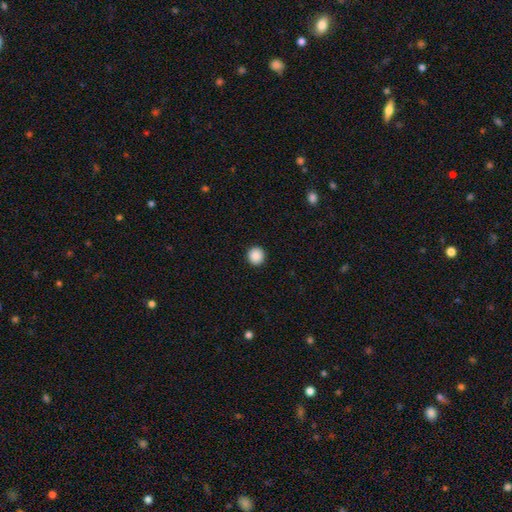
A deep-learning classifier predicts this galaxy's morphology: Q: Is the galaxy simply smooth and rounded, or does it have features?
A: smooth — 89%.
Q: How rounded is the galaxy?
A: round — 93%.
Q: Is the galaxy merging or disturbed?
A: none — 93%.